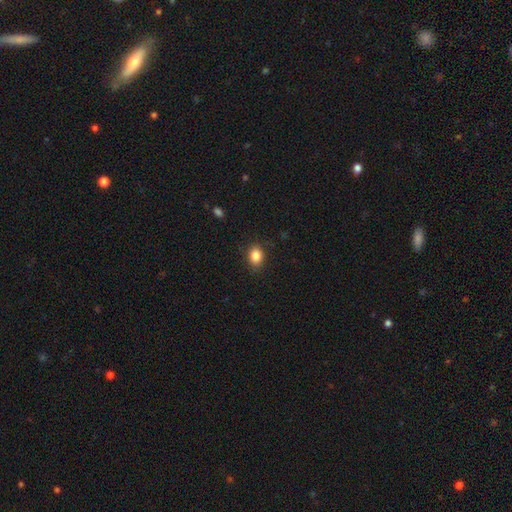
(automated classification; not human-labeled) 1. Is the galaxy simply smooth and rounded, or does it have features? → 86% smooth, 10% star or artifact, 5% featured or disk.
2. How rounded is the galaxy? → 65% in between, 34% round, 1% cigar-shaped.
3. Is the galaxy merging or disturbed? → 87% none, 10% minor disturbance, 2% major disturbance, 1% merger.